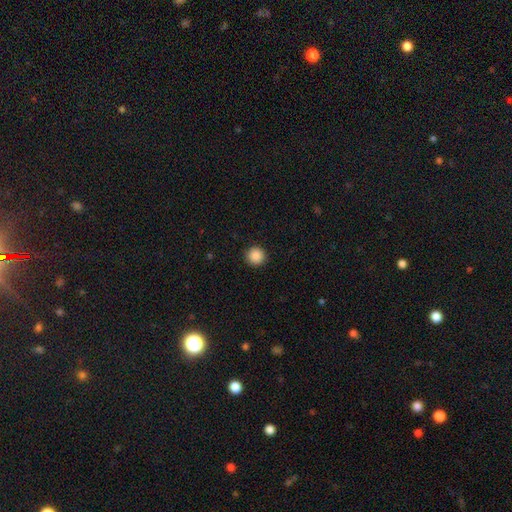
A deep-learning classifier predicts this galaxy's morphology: smooth-or-featured: smooth: 89% | star or artifact: 9% | featured or disk: 3%
  how-rounded: round: 96% | in between: 3% | cigar-shaped: 1%
  merging: none: 93% | minor disturbance: 5% | major disturbance: 2% | merger: 1%